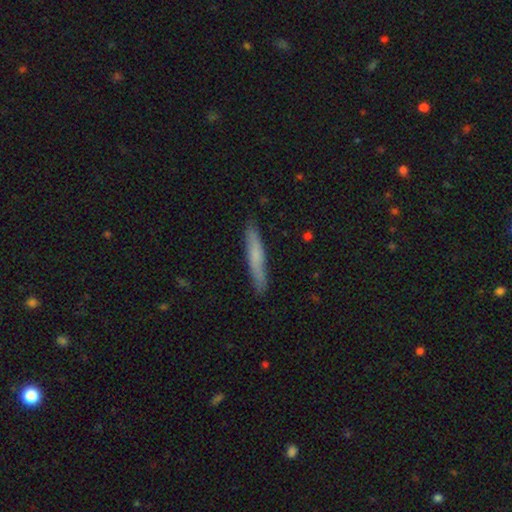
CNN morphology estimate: smooth-or-featured: smooth: 64% | featured or disk: 30% | star or artifact: 6%
  how-rounded: cigar-shaped: 94% | in between: 4% | round: 1%
  merging: none: 87% | minor disturbance: 10% | major disturbance: 2% | merger: 1%